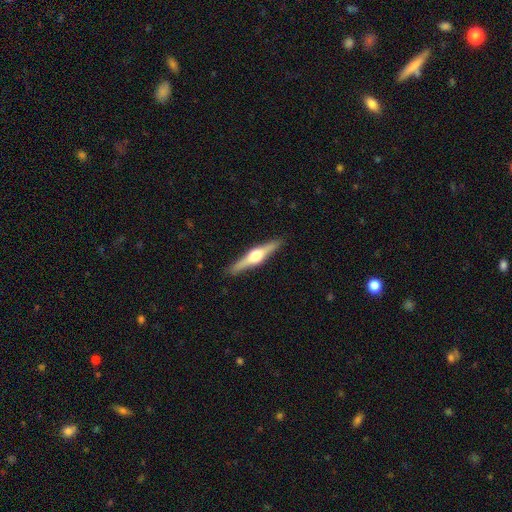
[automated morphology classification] Overall: featured or disk (74%). Edge-on disk: yes (98%). Edge-on bulge: rounded (94%). Merging: none (91%).